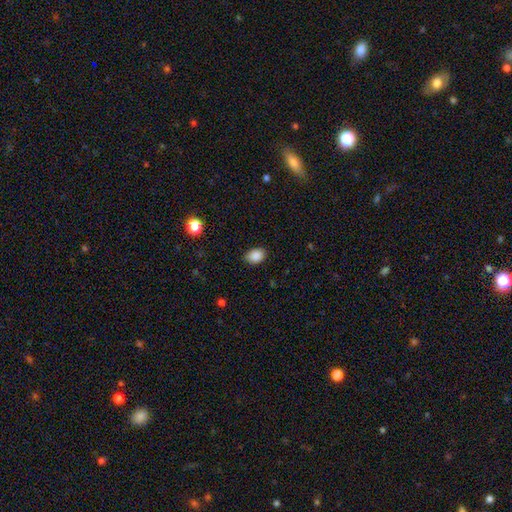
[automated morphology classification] Smooth or featured? Predicted: smooth (p=0.88). How rounded? Predicted: in between (p=0.74). Merging? Predicted: none (p=0.83).